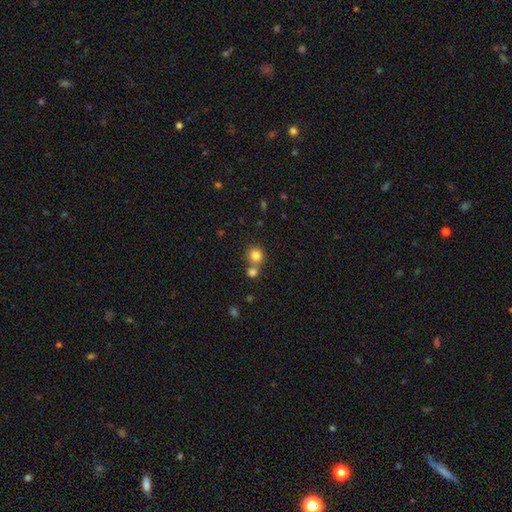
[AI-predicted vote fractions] This is clearly a smooth galaxy (82%). How rounded: clearly round (89%). Merging: possibly none (58%).